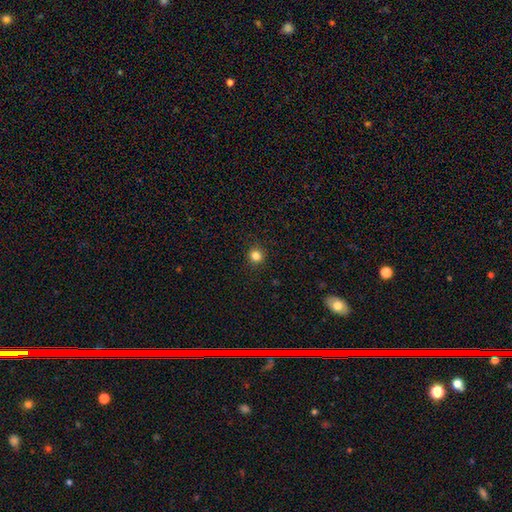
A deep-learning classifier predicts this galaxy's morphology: Smooth or featured? Predicted: smooth (p=0.84). How rounded? Predicted: round (p=0.92). Merging? Predicted: none (p=0.91).